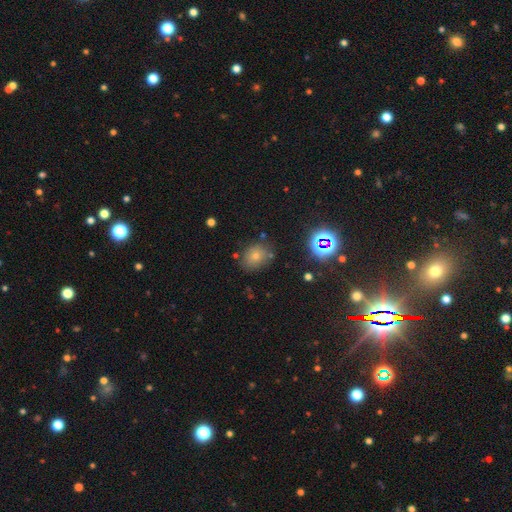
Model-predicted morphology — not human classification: This appears to be a smooth galaxy with no disk features (70%) that is round (55%). Merging: none (79%).